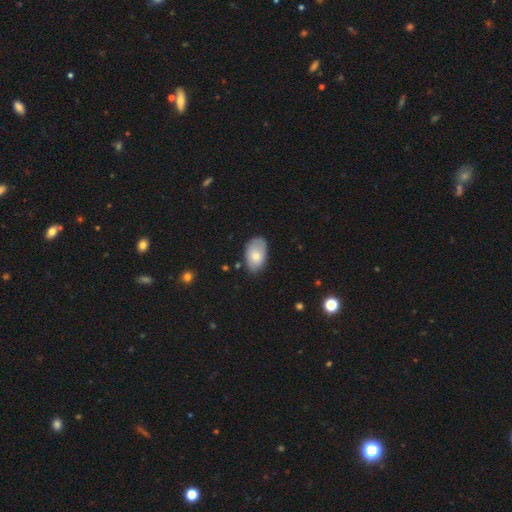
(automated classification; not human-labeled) Smooth or featured?
  - smooth: 72% *
  - featured or disk: 21%
  - star or artifact: 7%
How rounded?
  - in between: 92% *
  - round: 7%
  - cigar-shaped: 1%
Merging?
  - none: 71% *
  - minor disturbance: 22%
  - major disturbance: 4%
  - merger: 2%